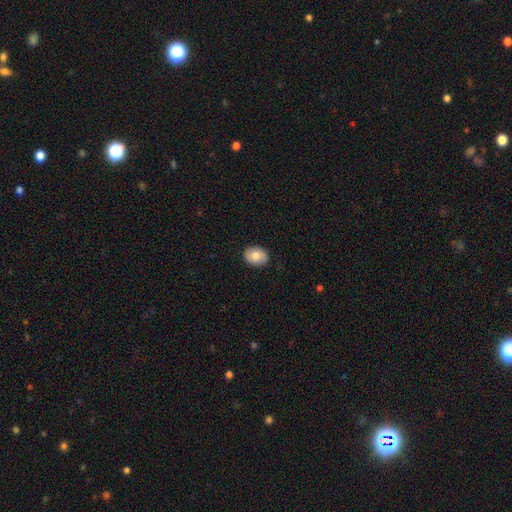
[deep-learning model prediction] The model was most divided on "how rounded": in between: 61%, round: 38%, cigar-shaped: 1%. More confident: merging — none (89%); smooth or featured — smooth (78%).